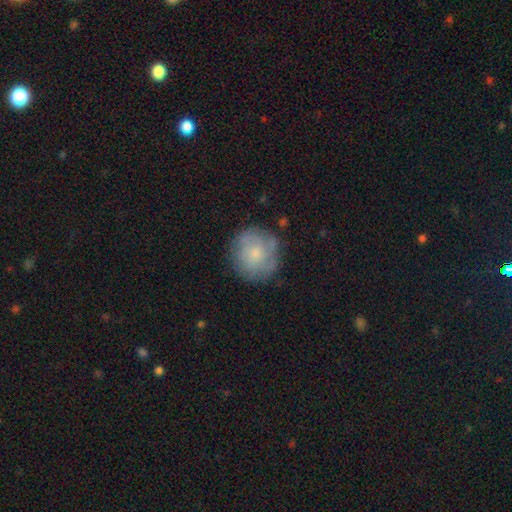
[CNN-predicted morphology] Smooth or featured? featured or disk (46%, tied with smooth)
Merging? none (75%)